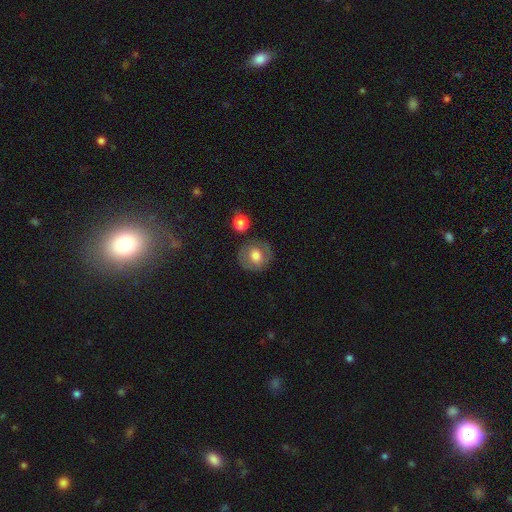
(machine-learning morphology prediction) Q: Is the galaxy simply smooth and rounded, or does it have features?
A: smooth — 65%.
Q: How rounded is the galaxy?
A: round — 83%.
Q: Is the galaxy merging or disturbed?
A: none — 77%.